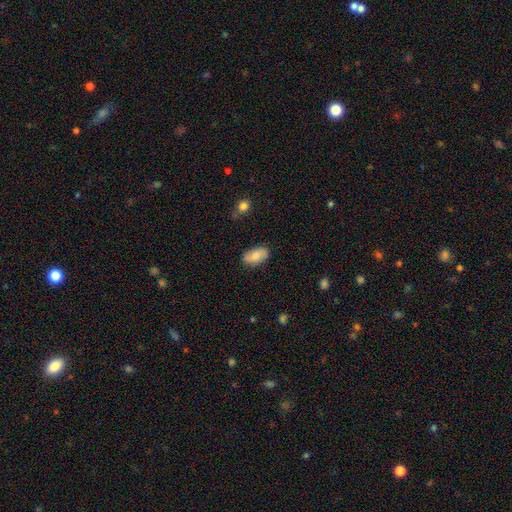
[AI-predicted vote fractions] smooth_or_featured: smooth (p=0.76) [alt: featured or disk p=0.18]
how_rounded: in between (p=0.94) [alt: round p=0.03]
merging: none (p=0.81) [alt: minor disturbance p=0.15]